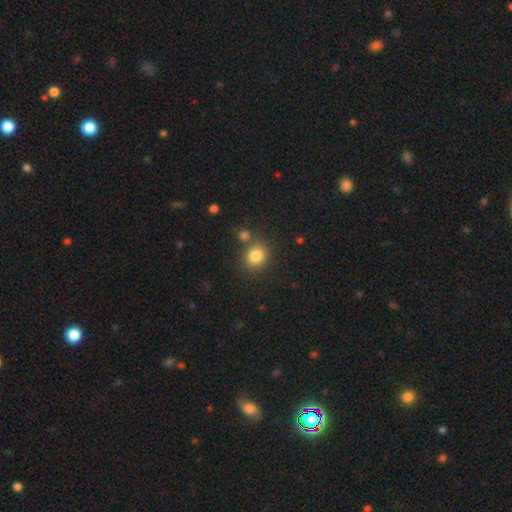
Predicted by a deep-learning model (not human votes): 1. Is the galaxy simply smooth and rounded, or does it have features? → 82% smooth, 11% star or artifact, 7% featured or disk.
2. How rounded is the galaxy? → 79% round, 20% in between, 1% cigar-shaped.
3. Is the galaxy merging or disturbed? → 71% none, 15% merger, 10% minor disturbance, 4% major disturbance.